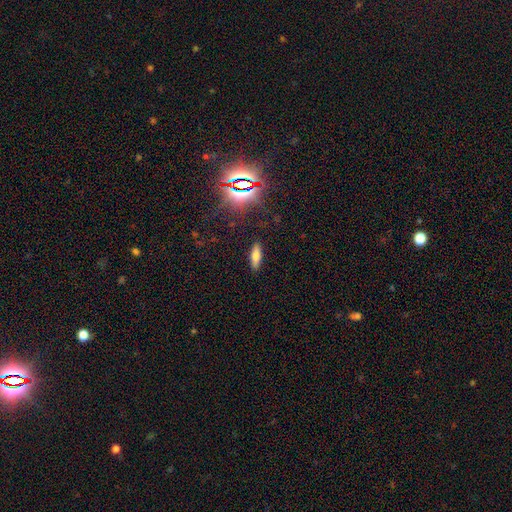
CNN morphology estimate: Smooth or featured? Predicted: smooth (p=0.67). How rounded? Predicted: in between (p=0.49). Merging? Predicted: none (p=0.88).